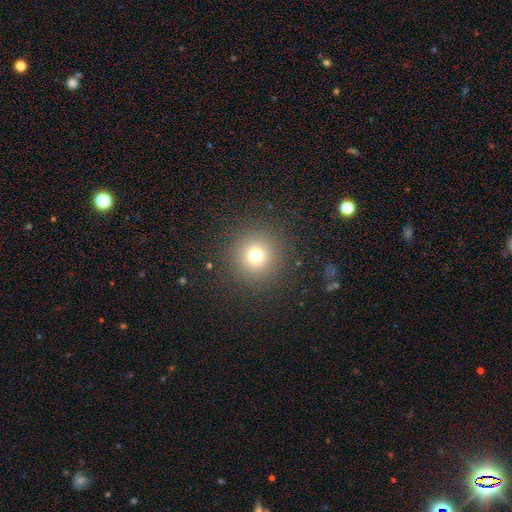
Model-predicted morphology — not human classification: This appears to be a smooth galaxy with no disk features (73%) that is round (95%). Merging: none (89%).